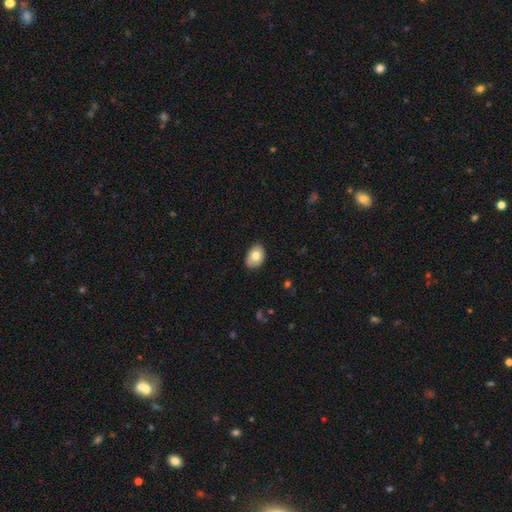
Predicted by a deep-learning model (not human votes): smooth_or_featured: smooth (p=0.77) [alt: featured or disk p=0.16]
how_rounded: in between (p=0.80) [alt: round p=0.19]
merging: none (p=0.81) [alt: minor disturbance p=0.16]